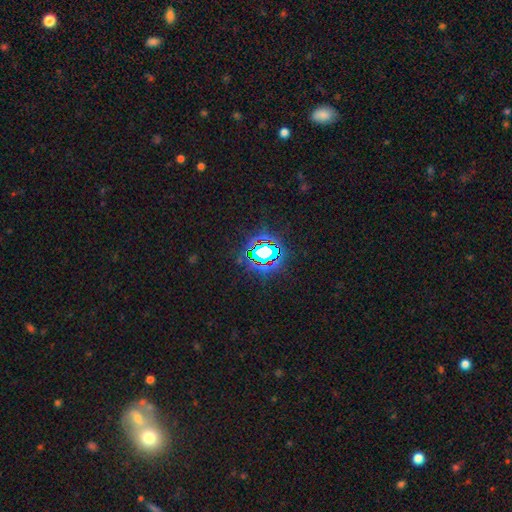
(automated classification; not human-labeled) Morphology: type=star or artifact (82%).